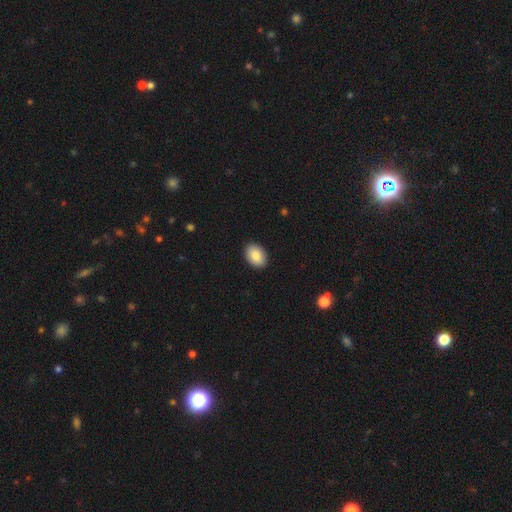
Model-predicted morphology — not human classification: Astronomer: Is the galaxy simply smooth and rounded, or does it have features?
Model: smooth — 87%.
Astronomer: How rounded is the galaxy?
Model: in between — 85%.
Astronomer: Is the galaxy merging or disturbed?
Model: none — 90%.